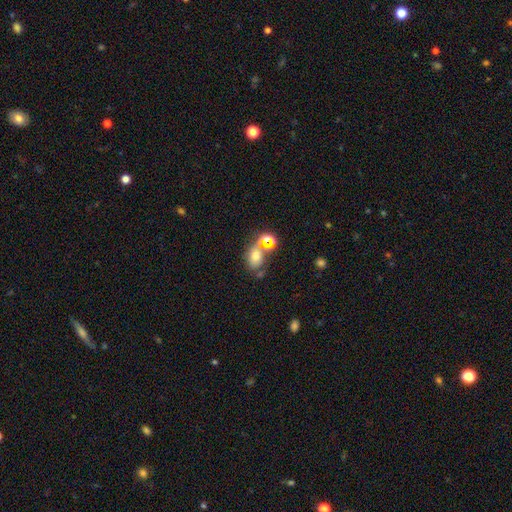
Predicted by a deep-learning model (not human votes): Morphology: type=smooth (64%); roundness=in between (68%); merging=none (42%).